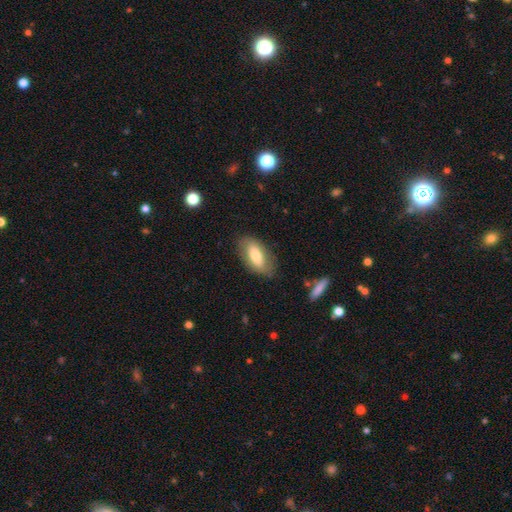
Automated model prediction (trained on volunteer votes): Q: Smooth or featured?
A: smooth (73%); runner-up: featured or disk (21%)
Q: How rounded?
A: in between (90%); runner-up: cigar-shaped (7%)
Q: Merging?
A: none (78%); runner-up: minor disturbance (16%)